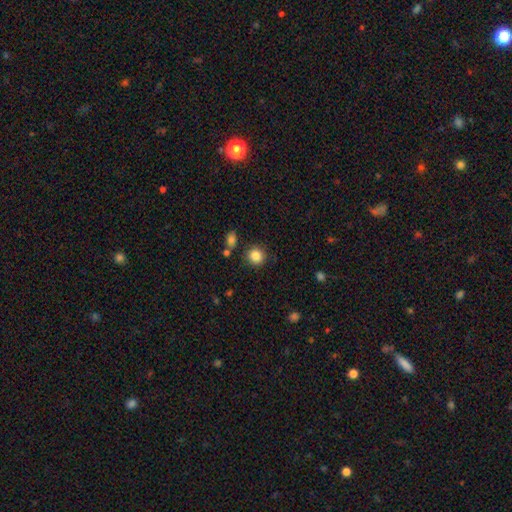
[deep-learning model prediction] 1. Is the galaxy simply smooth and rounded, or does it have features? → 86% smooth, 10% star or artifact, 5% featured or disk.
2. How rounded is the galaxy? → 89% round, 10% in between, 1% cigar-shaped.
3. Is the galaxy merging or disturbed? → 86% none, 8% minor disturbance, 4% merger, 3% major disturbance.